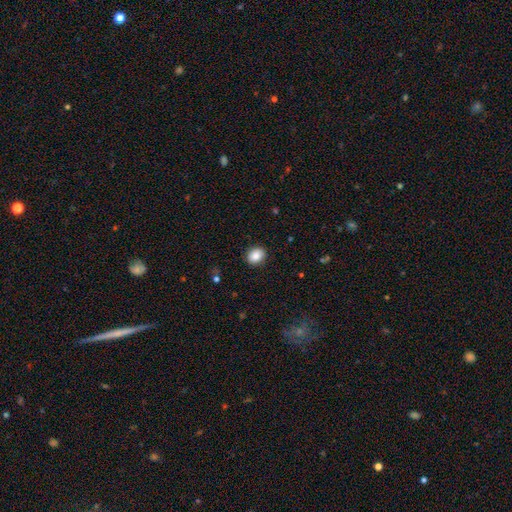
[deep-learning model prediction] Morphology: type=smooth (87%); roundness=round (51%); merging=none (89%).